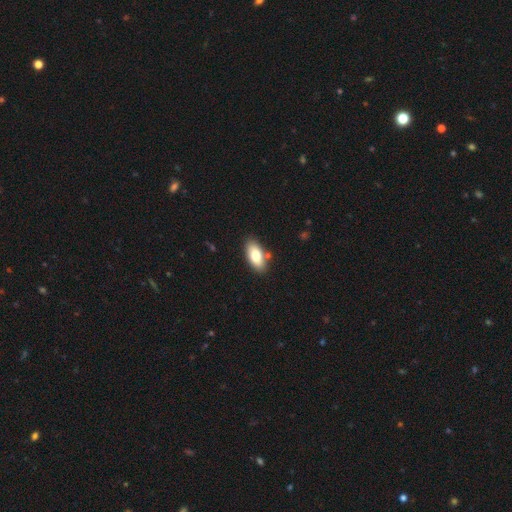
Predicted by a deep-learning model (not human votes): Morphology: type=smooth (79%); roundness=in between (90%); merging=none (82%).